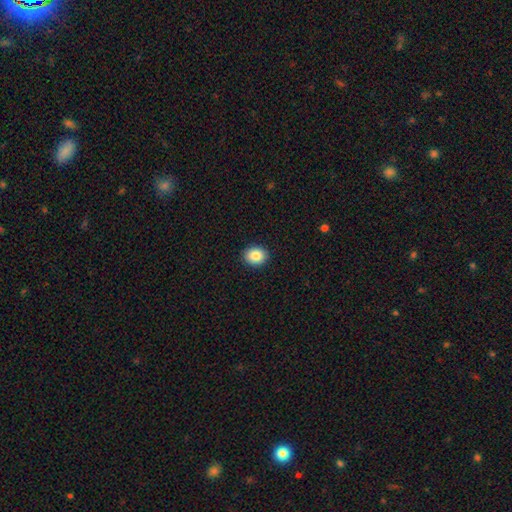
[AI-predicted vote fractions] smooth_or_featured: smooth (p=0.86) [alt: star or artifact p=0.08]
how_rounded: round (p=0.62) [alt: in between p=0.37]
merging: none (p=0.91) [alt: minor disturbance p=0.06]